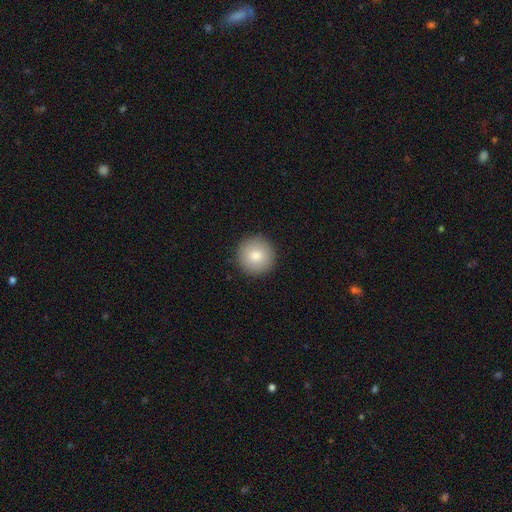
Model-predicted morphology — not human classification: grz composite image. It shows a smooth galaxy with no disk features (83%) that is round (96%). Merging: none (92%).